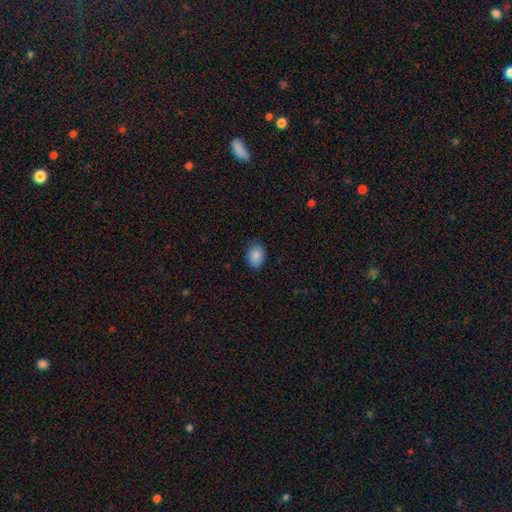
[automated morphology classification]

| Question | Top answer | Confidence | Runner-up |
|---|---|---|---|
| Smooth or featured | smooth | 88% | star or artifact (7%) |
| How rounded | in between | 70% | round (29%) |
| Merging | none | 83% | minor disturbance (13%) |